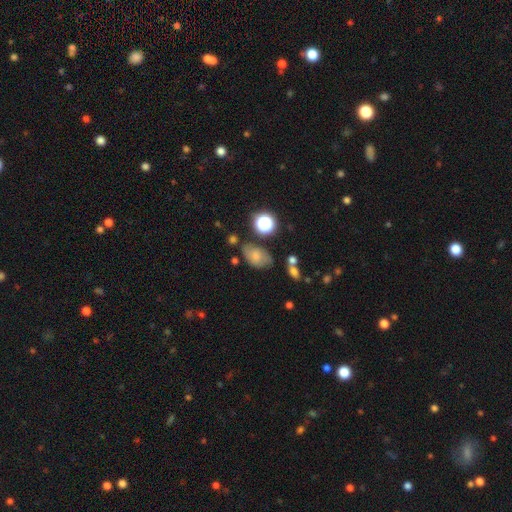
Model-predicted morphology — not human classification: type=smooth (63%); roundness=in between (85%); merging=none (57%).